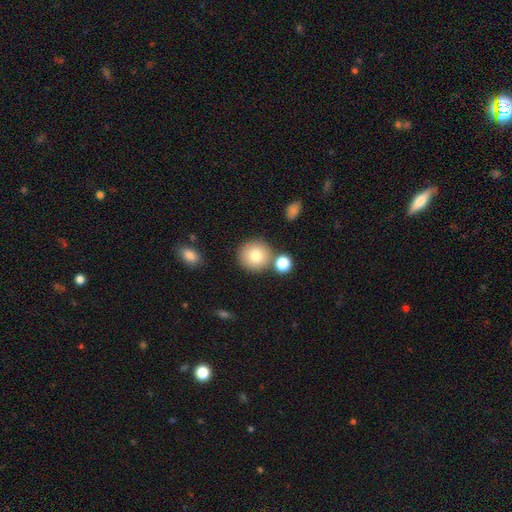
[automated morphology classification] Smooth or featured? smooth (79%)
How rounded? round (92%)
Merging? none (74%)